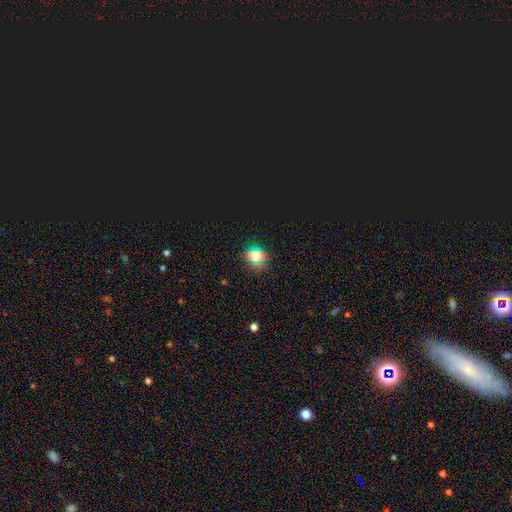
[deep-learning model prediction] Smooth or featured?
  - smooth: 50% *
  - star or artifact: 41%
  - featured or disk: 8%
How rounded?
  - round: 80% *
  - in between: 18%
  - cigar-shaped: 2%
Merging?
  - none: 87% *
  - minor disturbance: 8%
  - major disturbance: 3%
  - merger: 2%